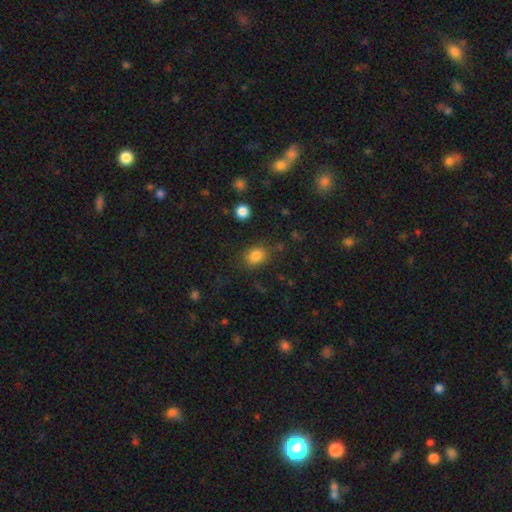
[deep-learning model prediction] Overall: smooth (83%). How rounded: in between (54%; round 45%). Merging: none (79%).